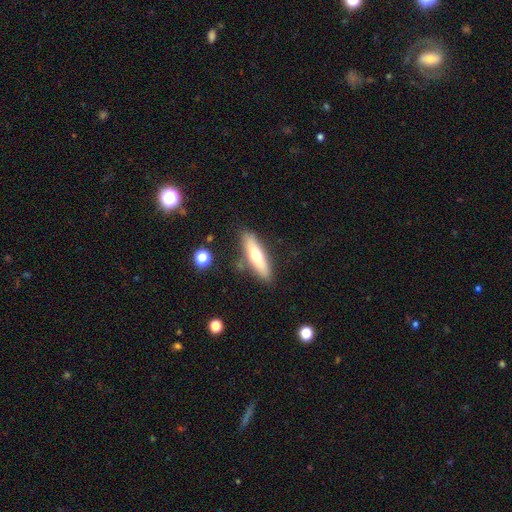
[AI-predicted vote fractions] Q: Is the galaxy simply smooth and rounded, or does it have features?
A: smooth — 55%.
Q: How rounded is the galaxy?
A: cigar-shaped — 69%.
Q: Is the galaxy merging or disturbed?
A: none — 82%.